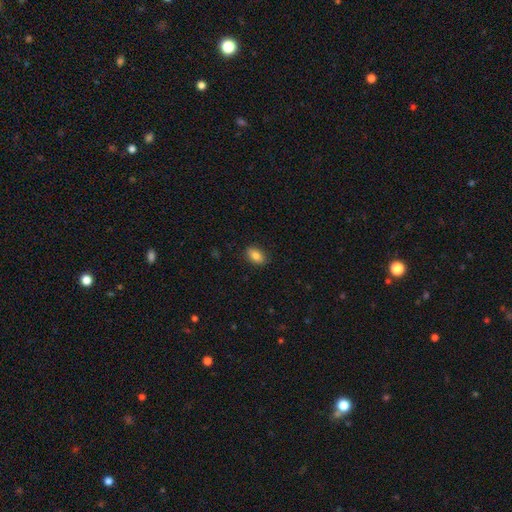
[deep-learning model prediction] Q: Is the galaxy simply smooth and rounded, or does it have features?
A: smooth — 84%.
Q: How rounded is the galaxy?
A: in between — 86%.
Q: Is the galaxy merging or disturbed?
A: none — 88%.